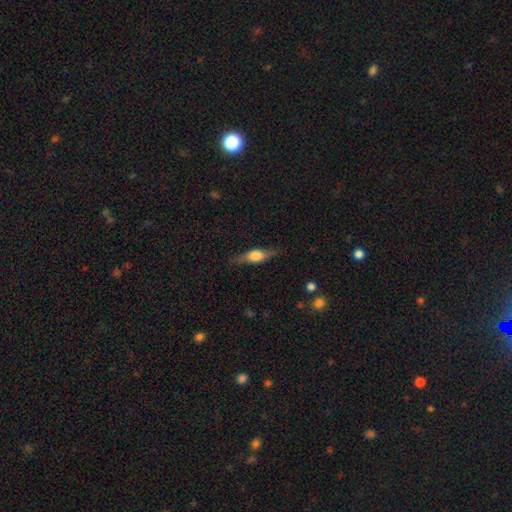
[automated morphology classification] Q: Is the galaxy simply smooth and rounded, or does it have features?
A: featured or disk — 50%.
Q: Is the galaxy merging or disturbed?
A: none — 80%.